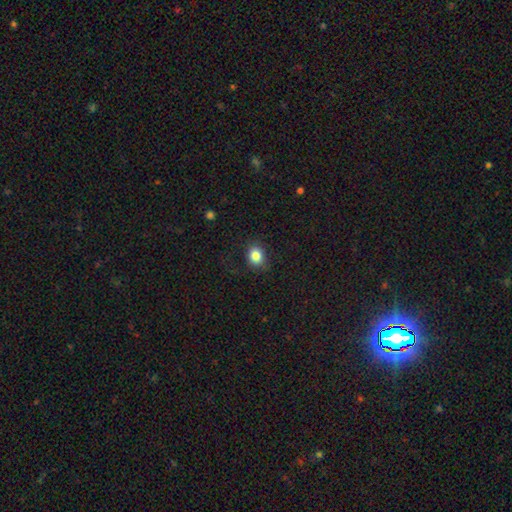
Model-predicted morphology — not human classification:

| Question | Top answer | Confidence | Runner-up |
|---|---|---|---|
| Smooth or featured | smooth | 84% | star or artifact (10%) |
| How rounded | round | 58% | in between (41%) |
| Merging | none | 82% | minor disturbance (13%) |